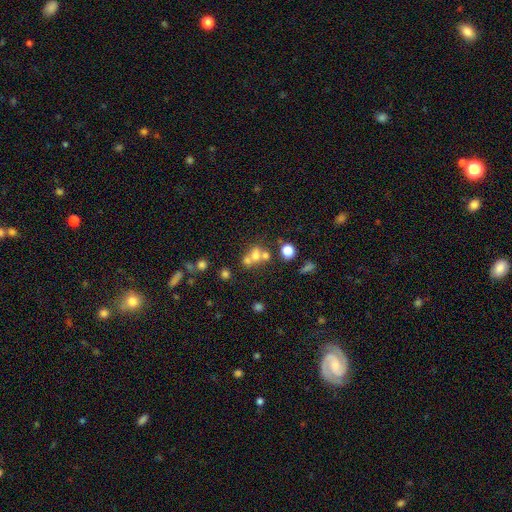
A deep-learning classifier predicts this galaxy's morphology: A smooth galaxy with no disk features (54%) that is round (69%).

Vote fractions:
- Smooth or featured? smooth: 54% / featured or disk: 23% / star or artifact: 22%
- How rounded? round: 69% / in between: 29% / cigar-shaped: 2%
- Merging? merger: 51% / none: 36% / minor disturbance: 8% / major disturbance: 6%